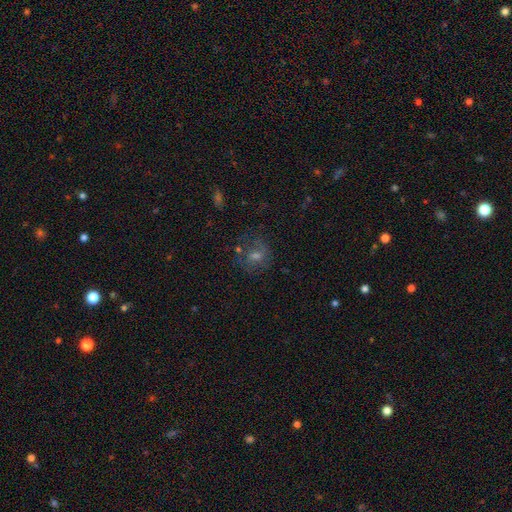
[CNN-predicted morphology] featured or disk 41%, smooth 35%, star or artifact 25%. Down the decision tree: merging — none (67%).